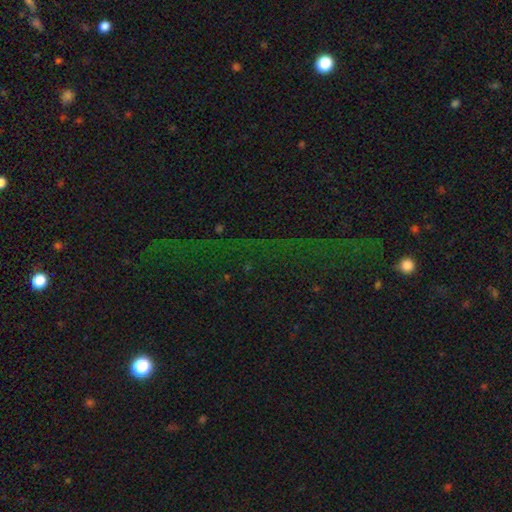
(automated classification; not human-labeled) Morphology: type=star or artifact (75%).